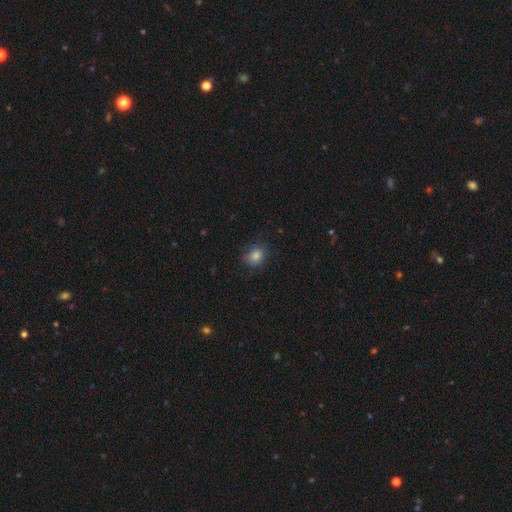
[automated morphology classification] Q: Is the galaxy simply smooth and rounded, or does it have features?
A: smooth — 82%.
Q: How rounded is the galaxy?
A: round — 61%.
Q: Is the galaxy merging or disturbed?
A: none — 79%.